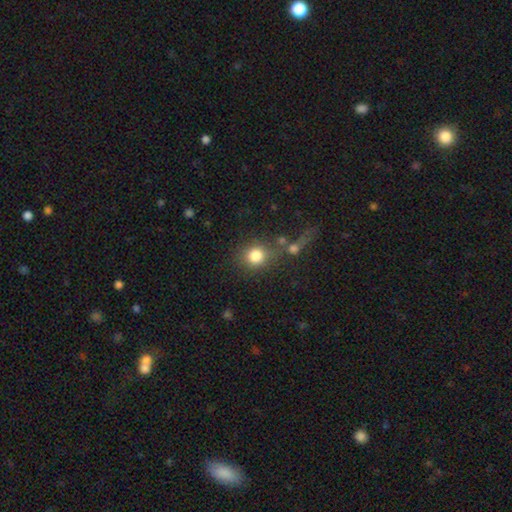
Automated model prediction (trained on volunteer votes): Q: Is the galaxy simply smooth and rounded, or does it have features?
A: smooth — 82%.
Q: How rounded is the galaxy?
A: round — 86%.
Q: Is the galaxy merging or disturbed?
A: none — 60%.